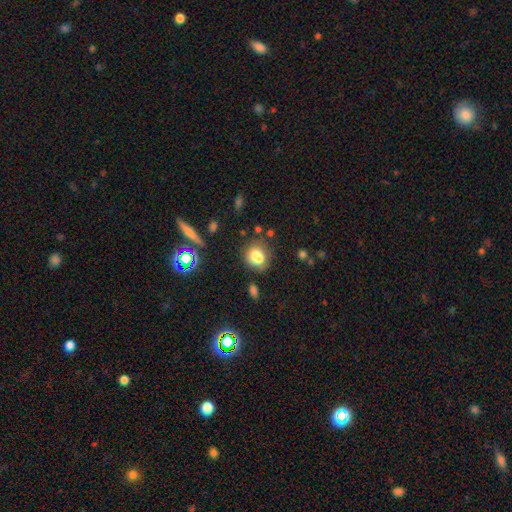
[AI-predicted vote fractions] smooth-or-featured: smooth: 78% | star or artifact: 13% | featured or disk: 9%
  how-rounded: round: 62% | in between: 37% | cigar-shaped: 1%
  merging: none: 64% | minor disturbance: 19% | merger: 11% | major disturbance: 7%